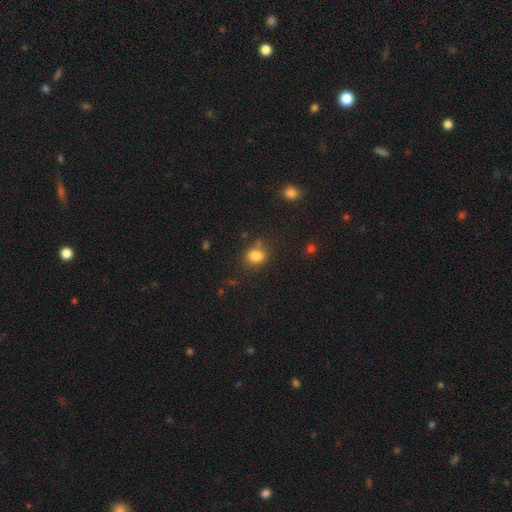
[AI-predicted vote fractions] A smooth galaxy with no disk features (82%) that is round (64%). Merging: none (74%).